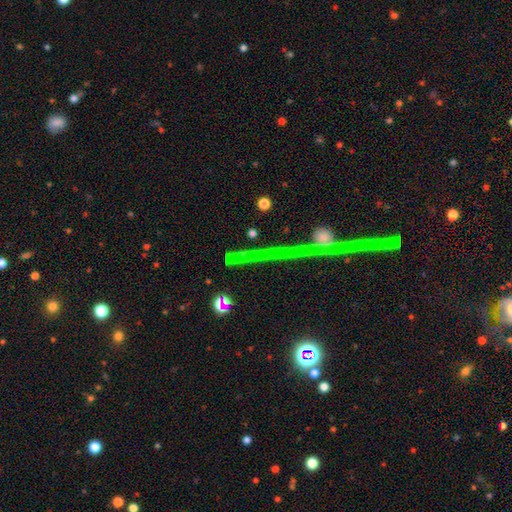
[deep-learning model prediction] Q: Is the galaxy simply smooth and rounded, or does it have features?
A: star or artifact — 58%.